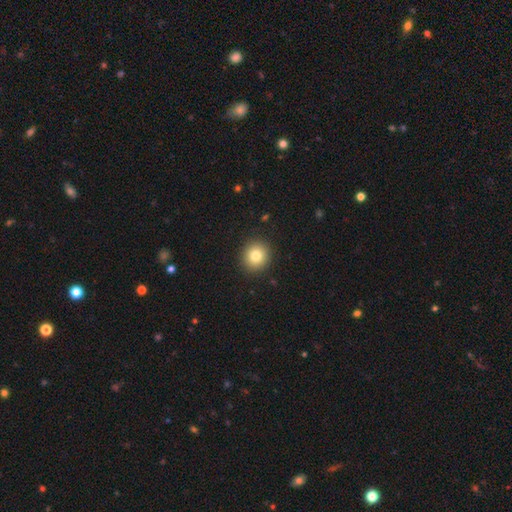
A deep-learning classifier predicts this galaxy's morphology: Q: Smooth or featured?
A: smooth (81%); runner-up: star or artifact (11%)
Q: How rounded?
A: round (89%); runner-up: in between (10%)
Q: Merging?
A: none (91%); runner-up: minor disturbance (6%)